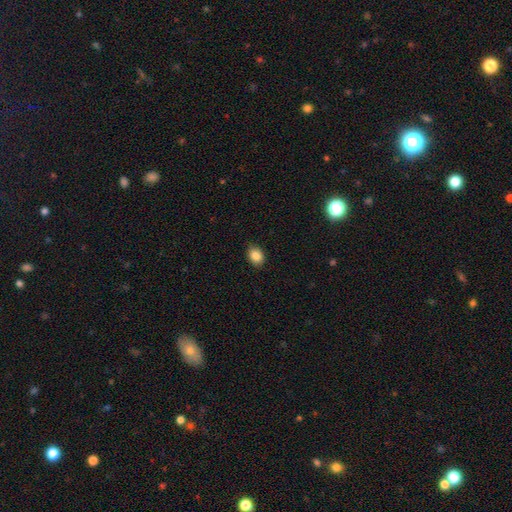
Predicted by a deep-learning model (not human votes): Smooth or featured: smooth — 86% (star or artifact — 9%)
How rounded: in between — 65% (round — 34%)
Merging: none — 89% (minor disturbance — 8%)